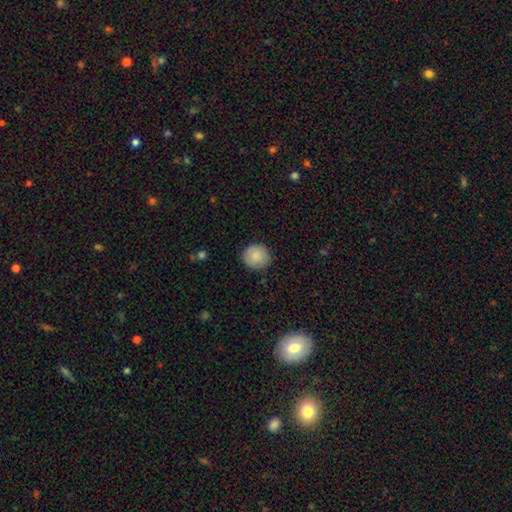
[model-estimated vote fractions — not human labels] A smooth galaxy with no disk features (87%) that is round (92%). Merging: none (89%).